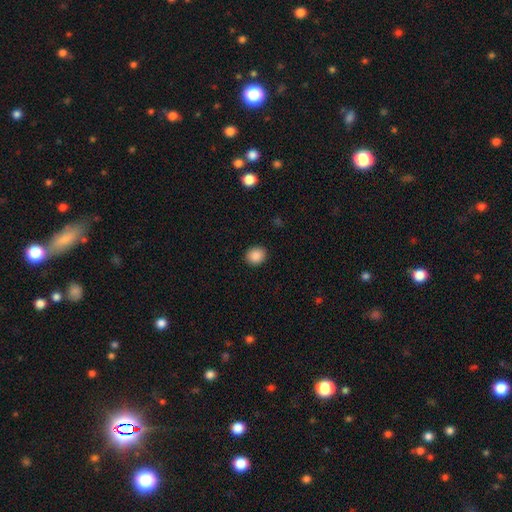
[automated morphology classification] Smooth or featured?
  - smooth: 89% *
  - star or artifact: 8%
  - featured or disk: 3%
How rounded?
  - round: 68% *
  - in between: 31%
  - cigar-shaped: 1%
Merging?
  - none: 90% *
  - minor disturbance: 7%
  - major disturbance: 2%
  - merger: 1%